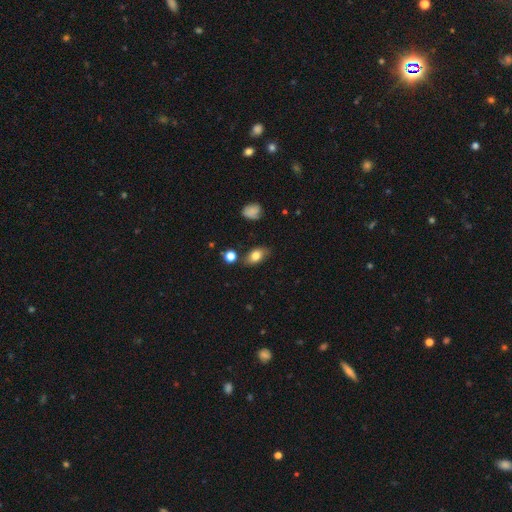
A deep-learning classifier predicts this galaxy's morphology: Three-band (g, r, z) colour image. It shows a smooth galaxy with no disk features (79%) that is in between round and cigar-shaped (85%). Merging: none (77%).